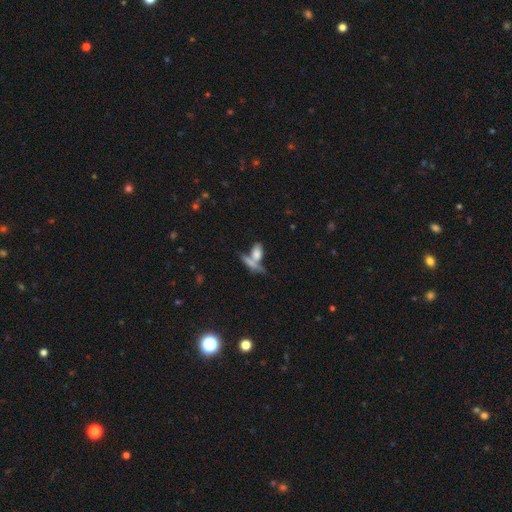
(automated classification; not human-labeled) A smooth galaxy with no disk features (71%) that is in between round and cigar-shaped (71%).

Vote fractions:
- Smooth or featured? smooth: 71% / featured or disk: 19% / star or artifact: 10%
- How rounded? in between: 71% / cigar-shaped: 20% / round: 9%
- Merging? merger: 50% / none: 34% / minor disturbance: 10% / major disturbance: 6%